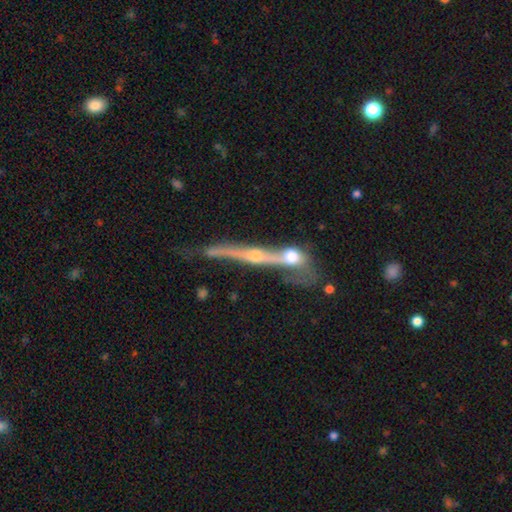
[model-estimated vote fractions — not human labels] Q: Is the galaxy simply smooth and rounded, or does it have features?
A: featured or disk — 73%.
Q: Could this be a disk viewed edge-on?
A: yes — 90%.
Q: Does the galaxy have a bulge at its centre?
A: rounded — 83%.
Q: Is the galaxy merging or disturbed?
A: none — 43%.